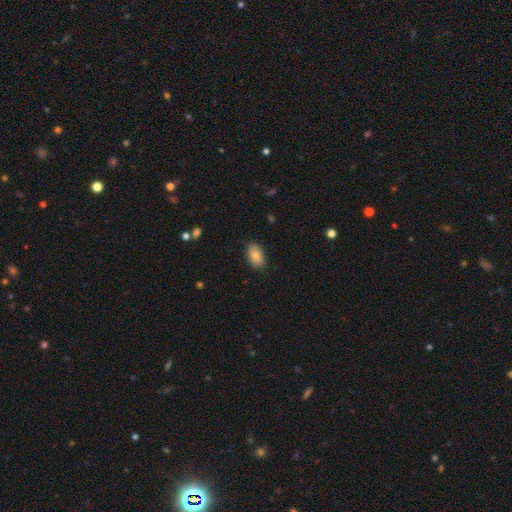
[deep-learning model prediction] This is clearly a smooth galaxy (84%). How rounded: clearly in between (93%). Merging: clearly none (86%).